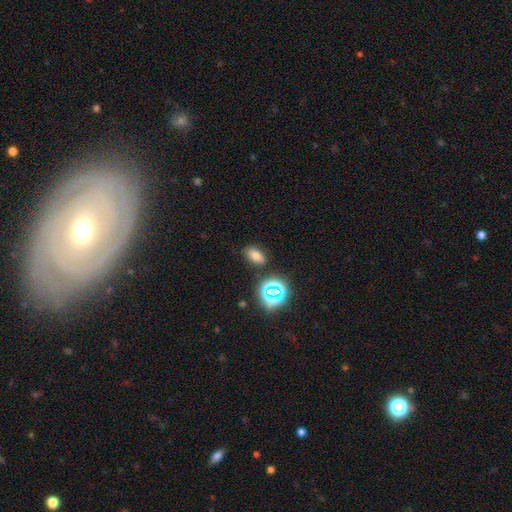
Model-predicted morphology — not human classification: smooth_or_featured: smooth (p=0.67) [alt: star or artifact p=0.23]
how_rounded: in between (p=0.83) [alt: round p=0.13]
merging: none (p=0.82) [alt: minor disturbance p=0.11]